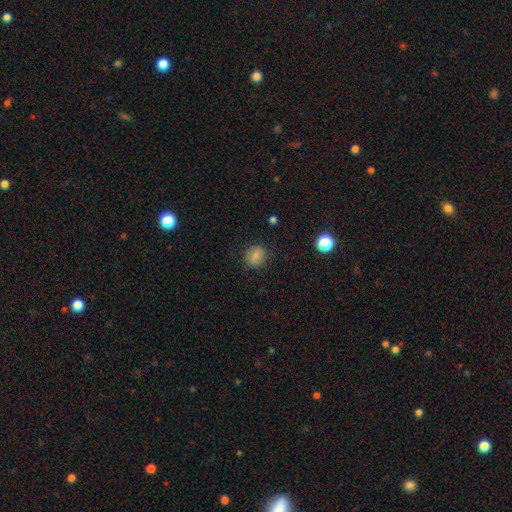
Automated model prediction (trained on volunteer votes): smooth 80%, star or artifact 11%, featured or disk 9%. Down the decision tree: how rounded — round (71%); merging — none (83%).